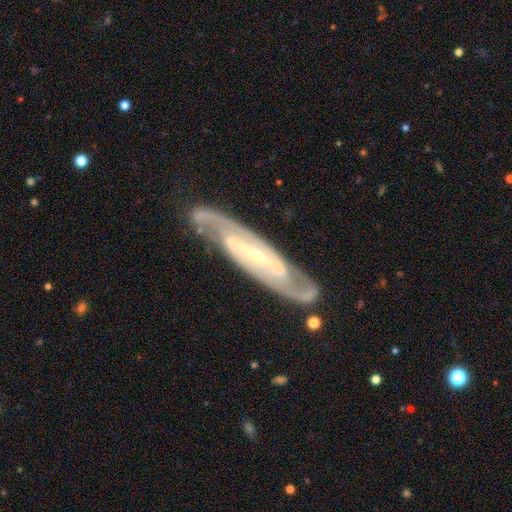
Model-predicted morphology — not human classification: smooth-or-featured: featured or disk: 92% | star or artifact: 4% | smooth: 4%
  disk-edge-on: no: 86% | yes: 14%
    bar: strong: 63% | weak: 25% | no: 12%
    has-spiral-arms: yes: 98% | no: 2%
      spiral-winding: tight: 45% (tied) | medium: 45% (tied) | loose: 10%
      spiral-arm-count: 2: 91% | can't tell: 4% | 3: 2% | 1: 1% | 4: 1% | more than 4: 1%
    bulge-size: small: 76% | moderate: 20% | none: 2% | large: 1% | dominant: 1%
  merging: none: 82% | minor disturbance: 13% | major disturbance: 3% | merger: 2%